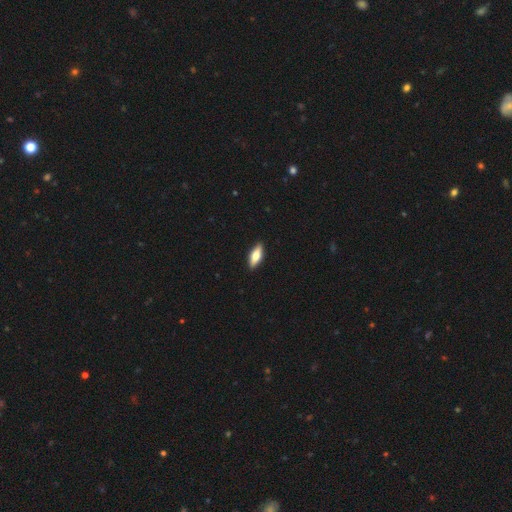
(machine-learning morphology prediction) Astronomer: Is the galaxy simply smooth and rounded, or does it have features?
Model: smooth — 66%.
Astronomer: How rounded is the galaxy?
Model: in between — 62%.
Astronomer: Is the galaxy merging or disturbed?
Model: none — 90%.